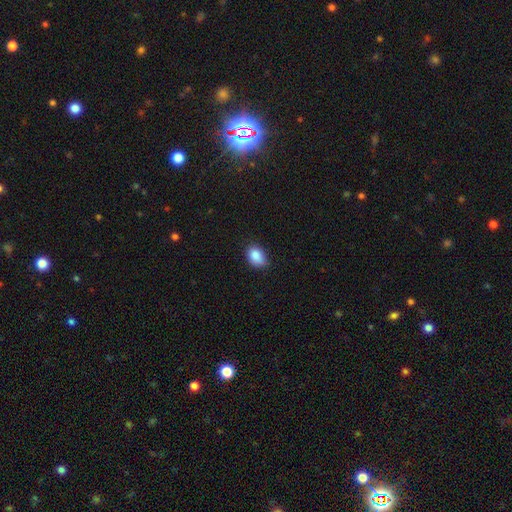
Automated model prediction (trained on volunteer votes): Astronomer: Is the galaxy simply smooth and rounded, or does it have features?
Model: smooth — 87%.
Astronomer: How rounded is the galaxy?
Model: in between — 79%.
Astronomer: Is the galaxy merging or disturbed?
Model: none — 72%.